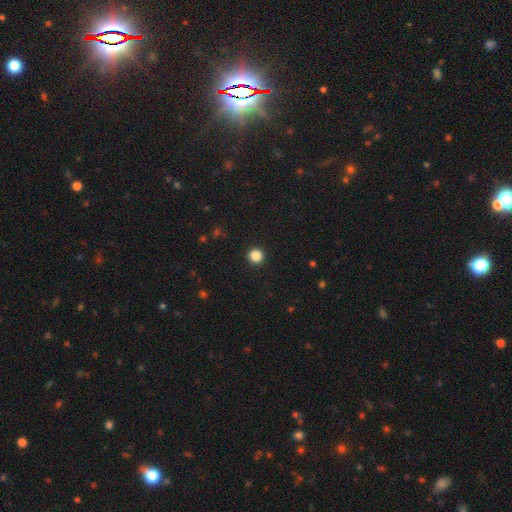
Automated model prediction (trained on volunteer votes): Overall: smooth (86%). How rounded: round (95%). Merging: none (94%).